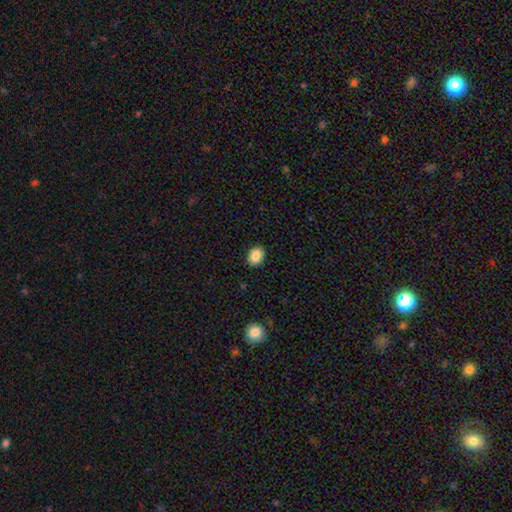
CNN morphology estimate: Q: Smooth or featured?
A: smooth (87%); runner-up: star or artifact (8%)
Q: How rounded?
A: in between (59%); runner-up: round (40%)
Q: Merging?
A: none (91%); runner-up: minor disturbance (7%)